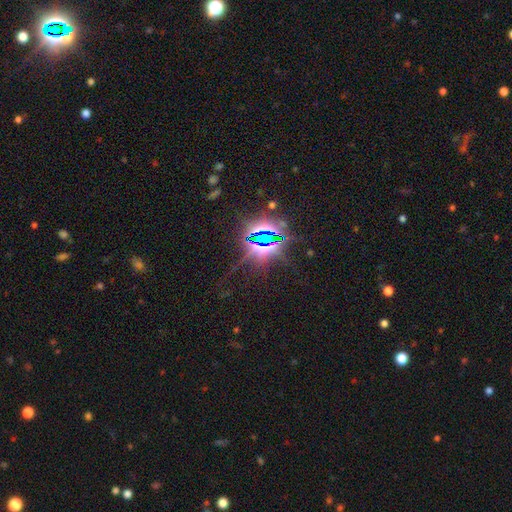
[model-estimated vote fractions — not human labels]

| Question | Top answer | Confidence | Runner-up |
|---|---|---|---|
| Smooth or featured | star or artifact | 85% | smooth (8%) |